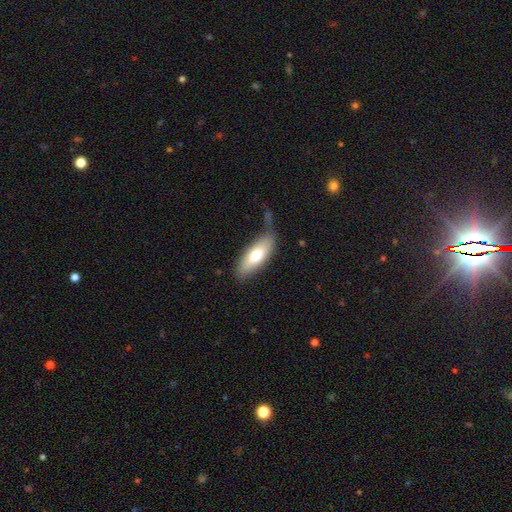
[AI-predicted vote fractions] Smooth or featured? Predicted: smooth (p=0.70). How rounded? Predicted: in between (p=0.73). Merging? Predicted: none (p=0.58).